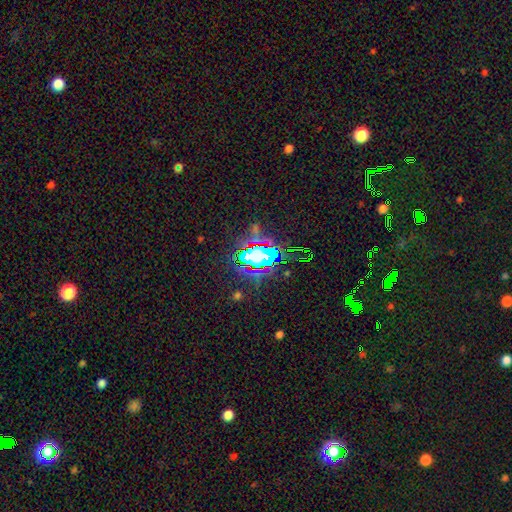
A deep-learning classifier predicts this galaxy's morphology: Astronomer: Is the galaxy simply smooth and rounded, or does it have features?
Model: star or artifact — 60%.